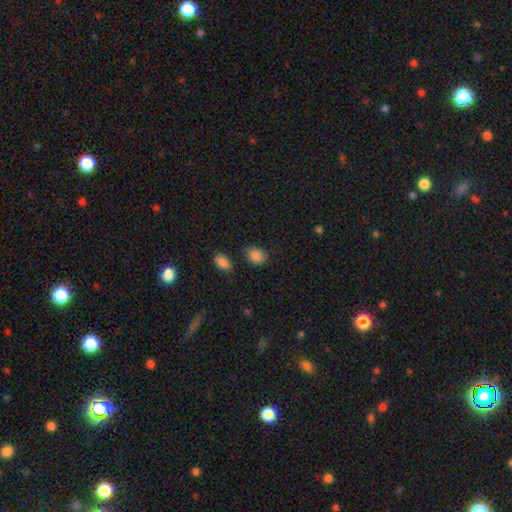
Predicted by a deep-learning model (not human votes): A smooth galaxy with no disk features (87%) that is in between round and cigar-shaped (64%). Merging: none (78%).